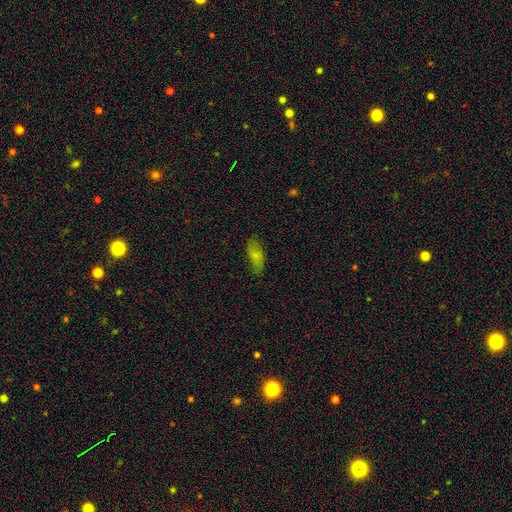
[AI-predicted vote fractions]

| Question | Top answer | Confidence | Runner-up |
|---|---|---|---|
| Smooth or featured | smooth | 76% | featured or disk (16%) |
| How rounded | in between | 82% | cigar-shaped (16%) |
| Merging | none | 77% | minor disturbance (18%) |